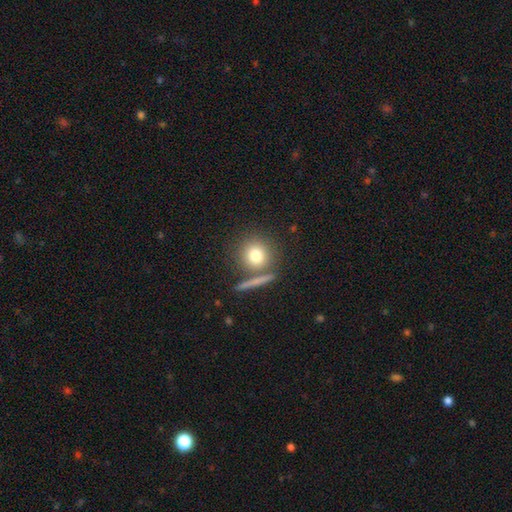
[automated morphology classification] Overall: smooth (77%). How rounded: round (91%). Merging: none (72%).